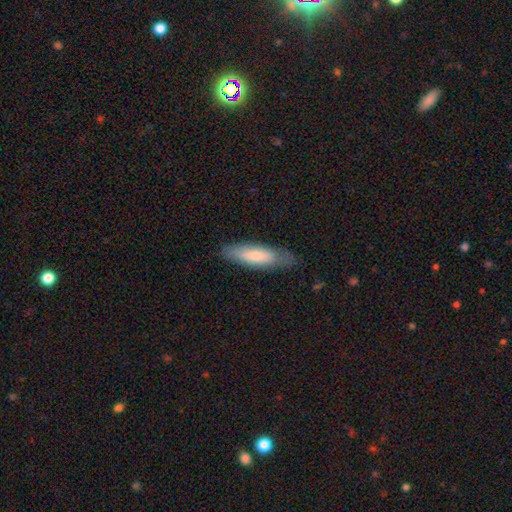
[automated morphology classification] smooth-or-featured: smooth: 72% | featured or disk: 22% | star or artifact: 5%
  how-rounded: cigar-shaped: 54% | in between: 44% | round: 1%
  merging: none: 76% | minor disturbance: 18% | major disturbance: 4% | merger: 1%